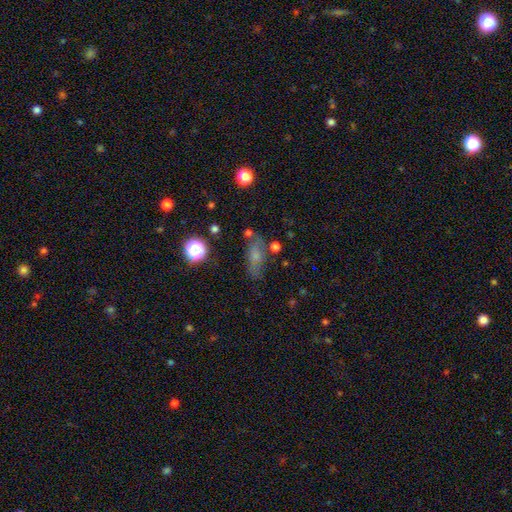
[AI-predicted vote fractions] Overall: smooth (58%; featured or disk 26%). How rounded: in between (68%). Merging: none (67%).